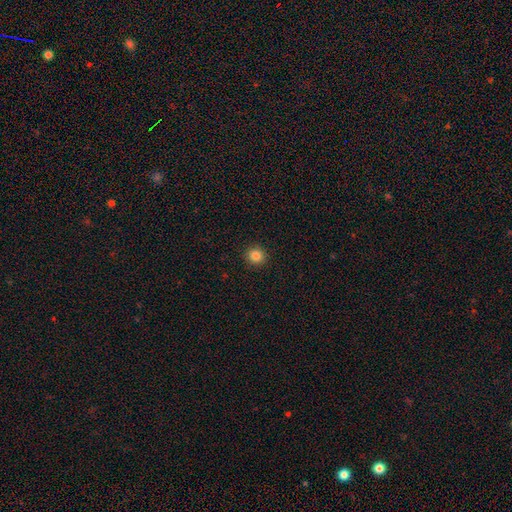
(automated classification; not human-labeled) Overall: smooth (84%). How rounded: round (92%). Merging: none (93%).